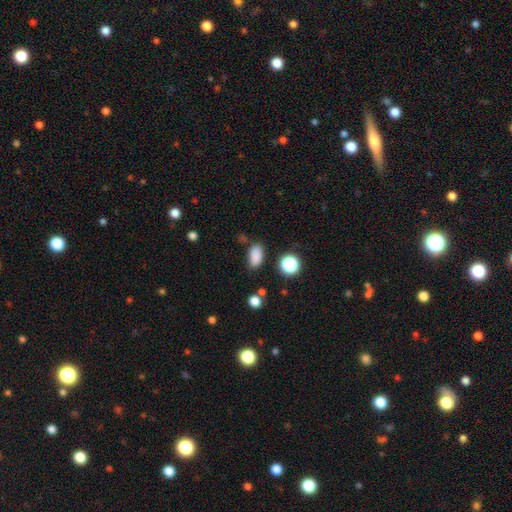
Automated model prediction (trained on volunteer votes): The model was most divided on "merging": none: 79%, minor disturbance: 14%, major disturbance: 4%, merger: 4%. More confident: how rounded — in between (89%); smooth or featured — smooth (84%).